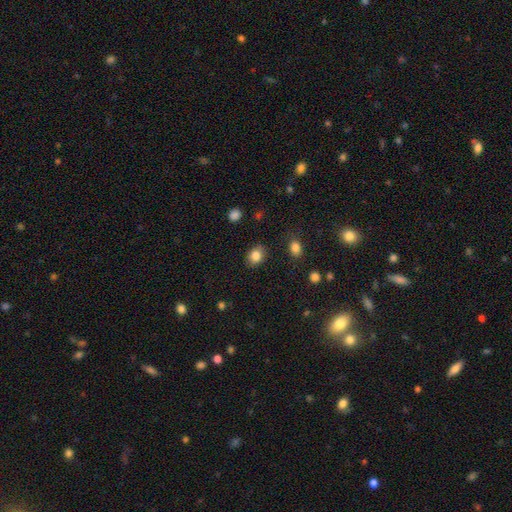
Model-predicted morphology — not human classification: This appears to be a smooth galaxy with no disk features (85%) that is in between round and cigar-shaped (51%). Merging: none (84%).